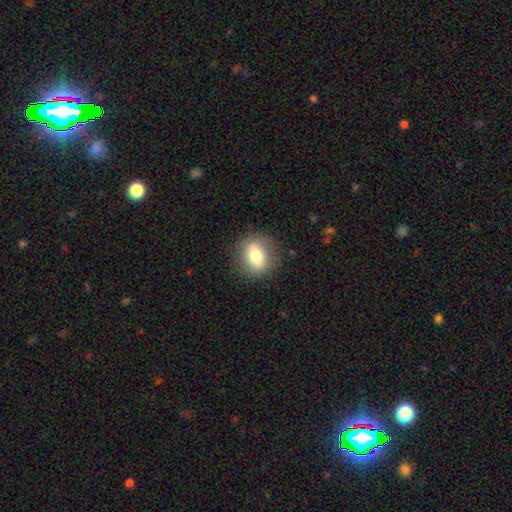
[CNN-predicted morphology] This is likely a smooth galaxy (70%). How rounded: possibly round (55%). Merging: clearly none (85%).